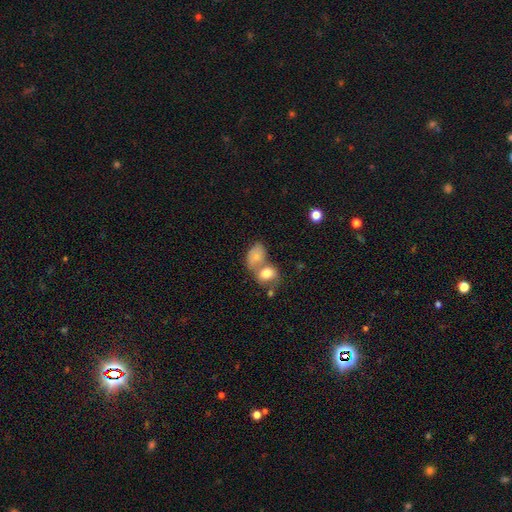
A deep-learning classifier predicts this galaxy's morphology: smooth_or_featured: smooth (p=0.75) [alt: featured or disk p=0.17]
how_rounded: in between (p=0.78) [alt: round p=0.21]
merging: merger (p=0.60) [alt: none p=0.24]